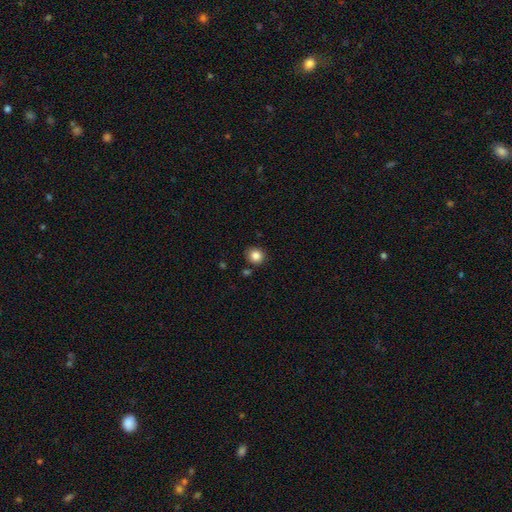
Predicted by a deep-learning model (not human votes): Smooth or featured: smooth — 85% (star or artifact — 10%)
How rounded: round — 88% (in between — 11%)
Merging: none — 85% (minor disturbance — 9%)